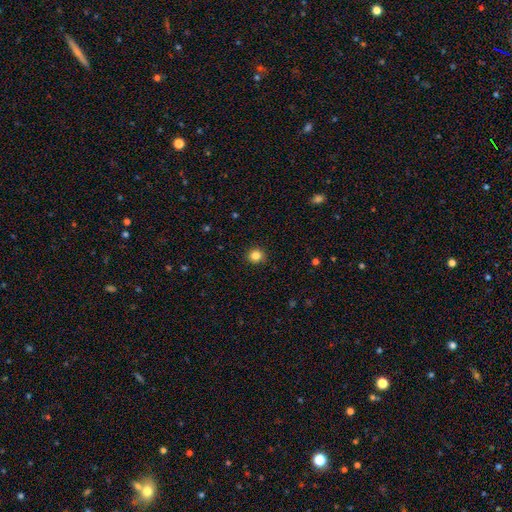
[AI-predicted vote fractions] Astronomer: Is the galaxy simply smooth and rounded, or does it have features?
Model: smooth — 84%.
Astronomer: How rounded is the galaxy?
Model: round — 88%.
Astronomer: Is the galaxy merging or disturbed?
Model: none — 90%.